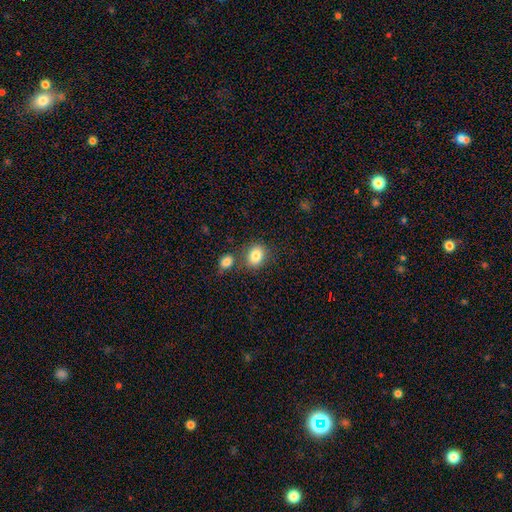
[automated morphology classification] smooth 84%, star or artifact 9%, featured or disk 7%. Down the decision tree: how rounded — in between (51%); merging — none (66%).